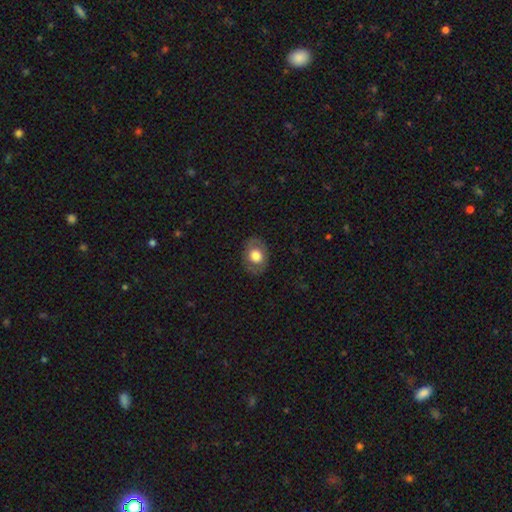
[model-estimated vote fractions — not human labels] smooth 65%, featured or disk 28%, star or artifact 7%. Down the decision tree: how rounded — in between (66%); merging — none (81%).